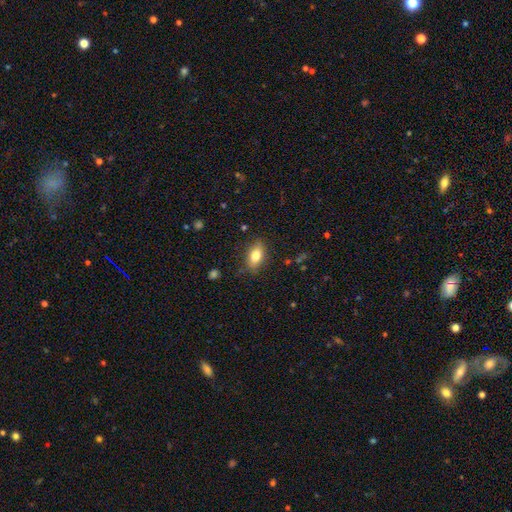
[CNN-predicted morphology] smooth 77%, featured or disk 15%, star or artifact 8%. Down the decision tree: how rounded — in between (83%); merging — none (78%).